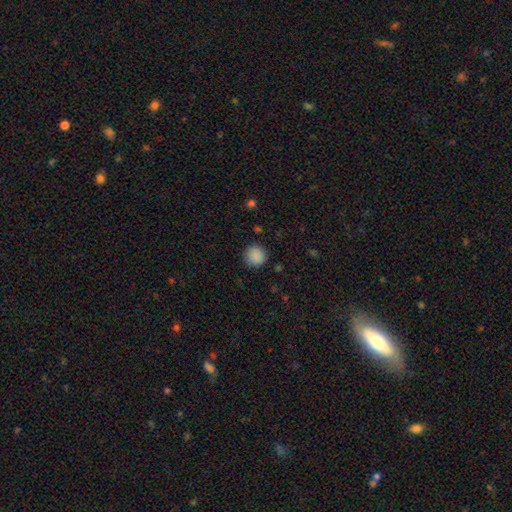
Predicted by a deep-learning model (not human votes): Smooth or featured? Predicted: smooth (p=0.88). How rounded? Predicted: round (p=0.93). Merging? Predicted: none (p=0.89).